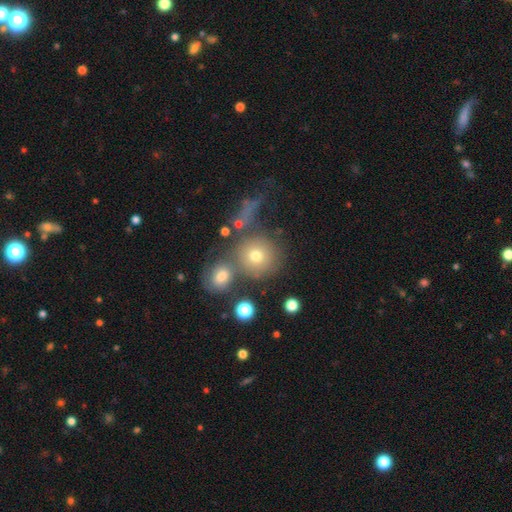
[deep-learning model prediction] Smooth or featured: smooth — 65% (featured or disk — 19%)
How rounded: round — 89% (in between — 10%)
Merging: none — 53% (merger — 26%)